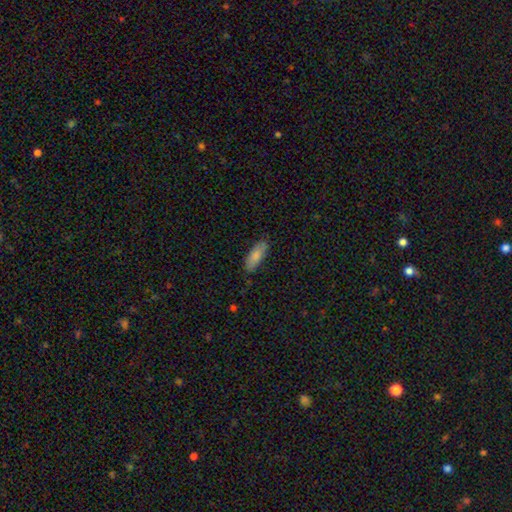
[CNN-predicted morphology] The model was most divided on "how rounded": in between: 72%, cigar-shaped: 27%, round: 2%. More confident: smooth or featured — smooth (84%); merging — none (83%).